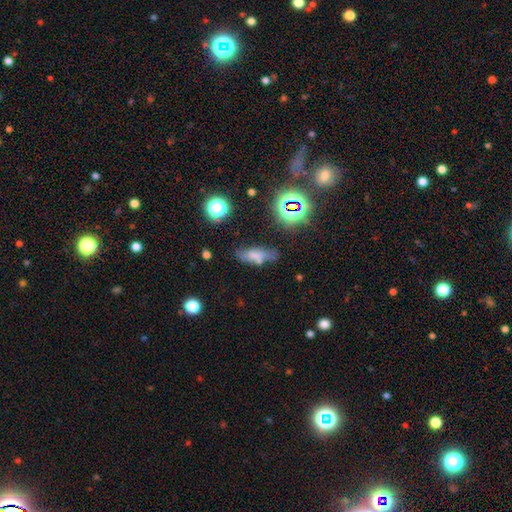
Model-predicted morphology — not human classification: Q: Smooth or featured?
A: smooth (59%); runner-up: featured or disk (22%)
Q: How rounded?
A: in between (62%); runner-up: cigar-shaped (33%)
Q: Merging?
A: none (58%); runner-up: minor disturbance (23%)